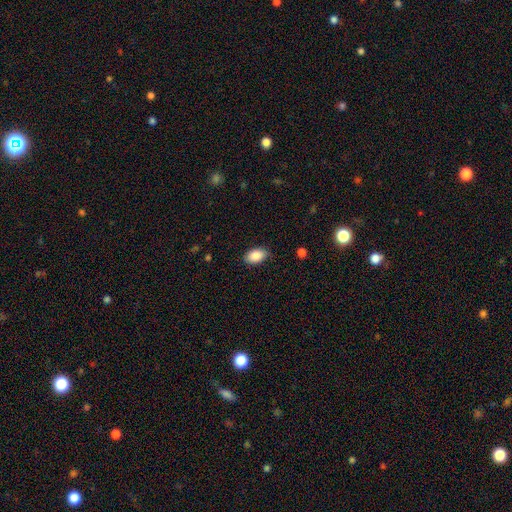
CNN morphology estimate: smooth 88%, star or artifact 7%, featured or disk 5%. Down the decision tree: how rounded — in between (91%); merging — none (81%).